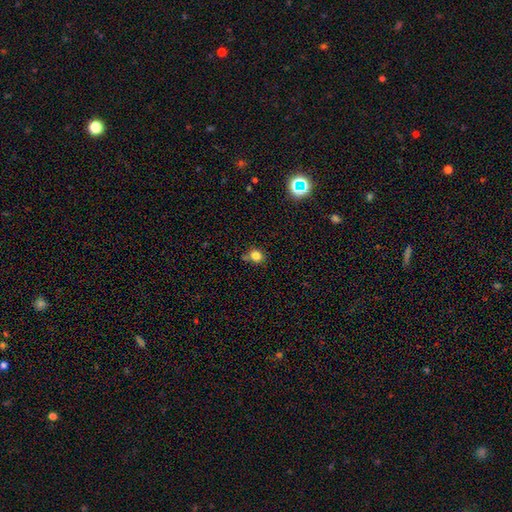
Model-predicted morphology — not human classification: This appears to be a smooth galaxy with no disk features (81%) that is round (74%). Merging: none (65%).